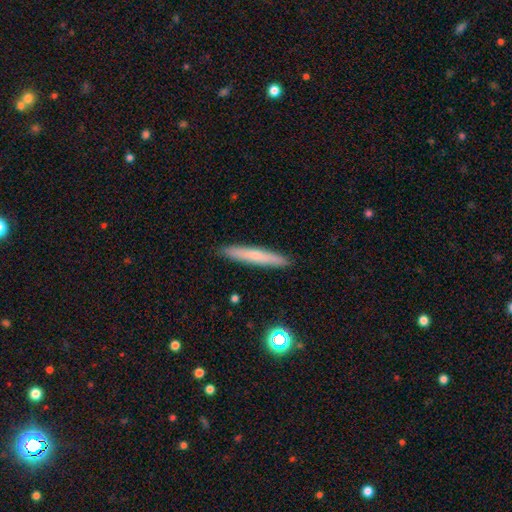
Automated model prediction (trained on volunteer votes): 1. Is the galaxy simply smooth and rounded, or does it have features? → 63% smooth, 30% featured or disk, 7% star or artifact.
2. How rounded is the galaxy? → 95% cigar-shaped, 4% in between, 1% round.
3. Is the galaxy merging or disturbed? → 92% none, 6% minor disturbance, 1% major disturbance, 1% merger.